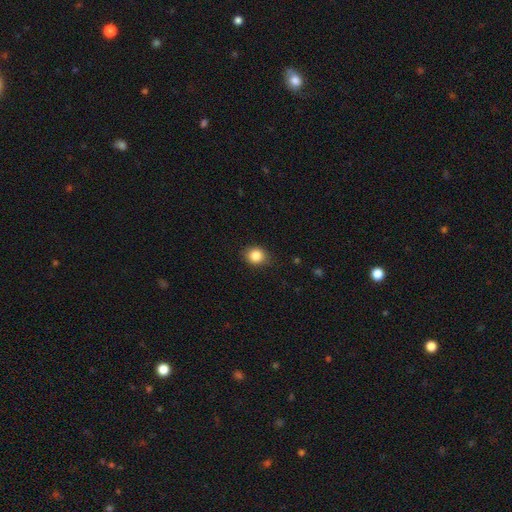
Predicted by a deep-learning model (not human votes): Smooth or featured?
  - smooth: 85% *
  - star or artifact: 10%
  - featured or disk: 5%
How rounded?
  - round: 73% *
  - in between: 26%
  - cigar-shaped: 1%
Merging?
  - none: 86% *
  - minor disturbance: 11%
  - major disturbance: 2%
  - merger: 1%